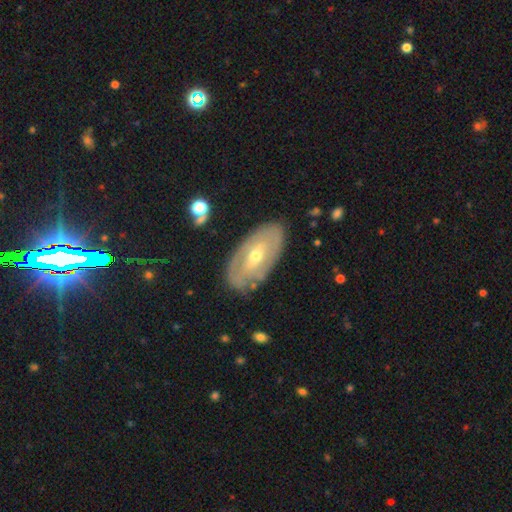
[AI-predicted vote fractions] featured or disk 74%, smooth 19%, star or artifact 7%. Down the decision tree: edge-on disk — no (90%); bar — weak (41%); spiral arms — yes (64%); bulge size — moderate (54%); merging — none (81%).